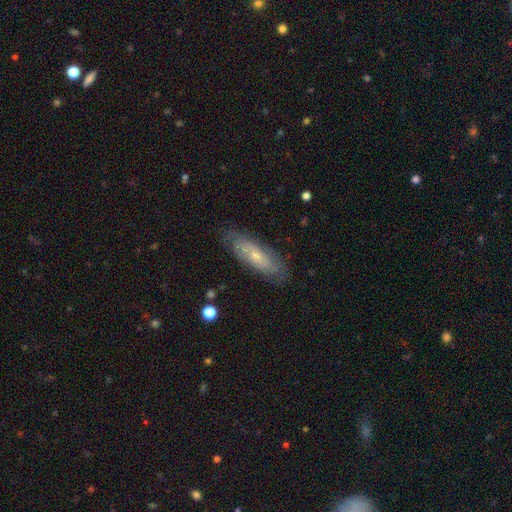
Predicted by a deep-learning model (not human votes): Morphology: type=featured or disk (56%); edge-on=no (74%); merging=none (77%).